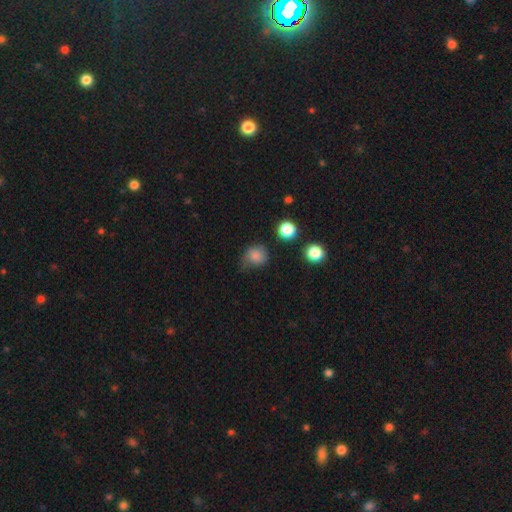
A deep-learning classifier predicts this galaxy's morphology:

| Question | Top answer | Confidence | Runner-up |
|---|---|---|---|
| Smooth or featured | smooth | 81% | star or artifact (12%) |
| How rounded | round | 78% | in between (21%) |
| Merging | none | 53% | minor disturbance (33%) |